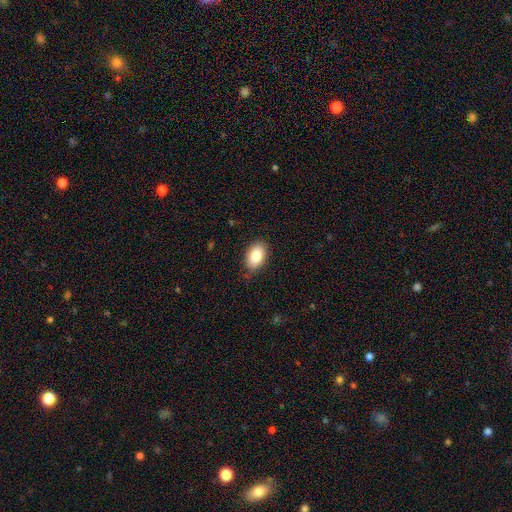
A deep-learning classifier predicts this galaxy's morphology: A smooth galaxy with no disk features (84%) that is in between round and cigar-shaped (90%). Merging: none (84%).